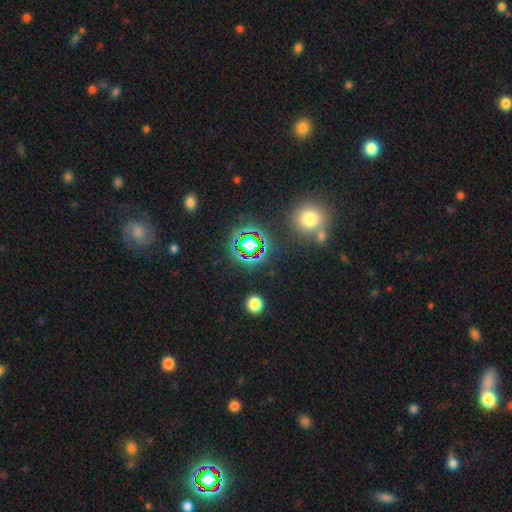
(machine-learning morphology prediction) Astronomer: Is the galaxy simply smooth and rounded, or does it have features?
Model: star or artifact — 56% (runner-up: smooth, 36%).